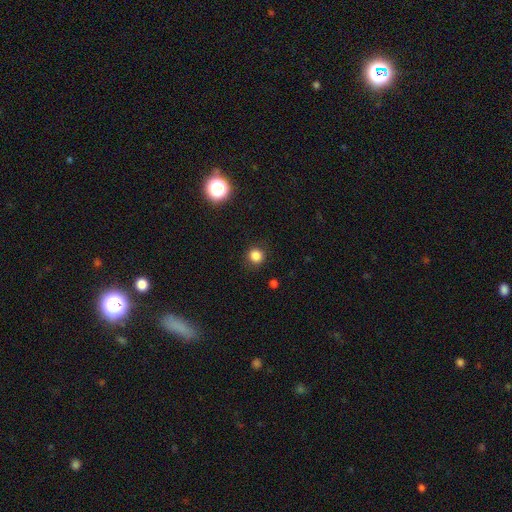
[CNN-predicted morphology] Smooth or featured?
  - smooth: 84% *
  - star or artifact: 13%
  - featured or disk: 4%
How rounded?
  - round: 90% *
  - in between: 9%
  - cigar-shaped: 1%
Merging?
  - none: 89% *
  - minor disturbance: 8%
  - major disturbance: 3%
  - merger: 1%